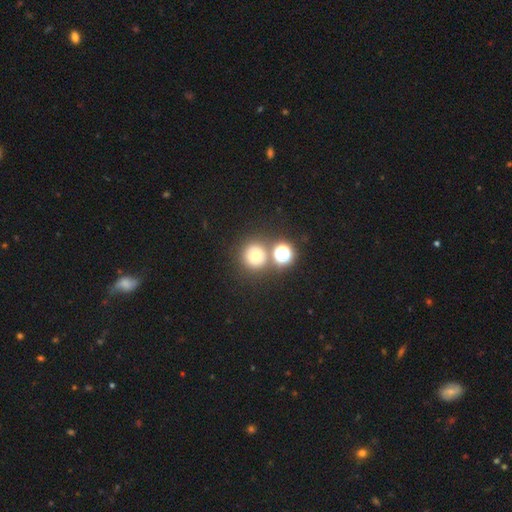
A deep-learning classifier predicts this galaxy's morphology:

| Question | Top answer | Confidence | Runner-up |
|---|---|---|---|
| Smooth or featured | smooth | 67% | star or artifact (21%) |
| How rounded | round | 92% | in between (7%) |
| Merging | none | 68% | merger (20%) |